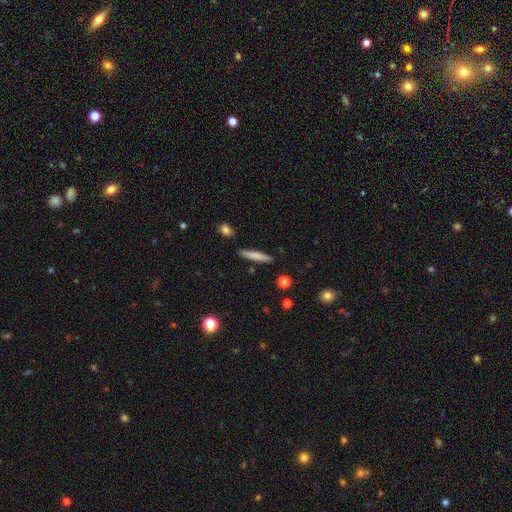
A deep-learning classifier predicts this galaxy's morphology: This appears to be a smooth galaxy with no disk features (77%) that is cigar-shaped (92%). Merging: none (88%).